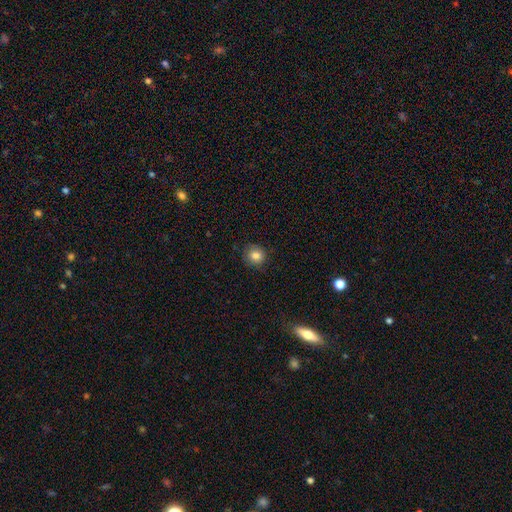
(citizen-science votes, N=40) This appears to be a smooth galaxy with no disk features (90%) that is round (86%). Merging: none (87%).